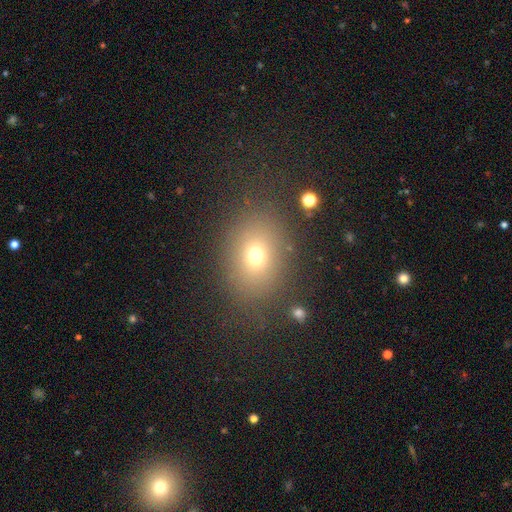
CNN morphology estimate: This appears to be a smooth galaxy with no disk features (69%) that is in between round and cigar-shaped (57%). Merging: none (78%).